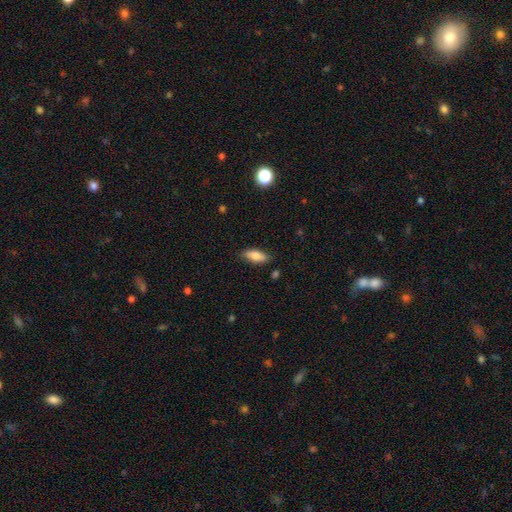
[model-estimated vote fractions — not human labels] Q: Smooth or featured?
A: smooth (82%); runner-up: featured or disk (11%)
Q: How rounded?
A: in between (81%); runner-up: cigar-shaped (17%)
Q: Merging?
A: none (84%); runner-up: minor disturbance (12%)